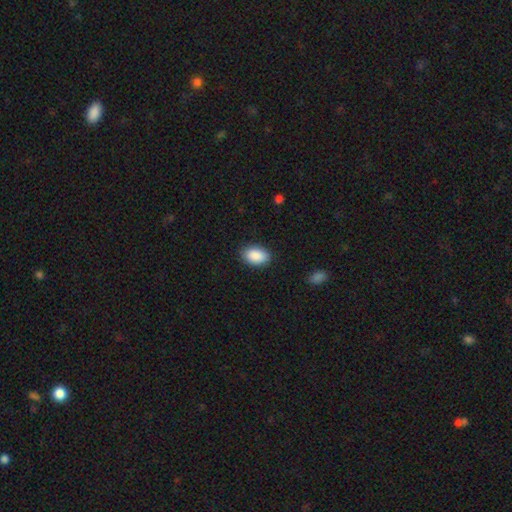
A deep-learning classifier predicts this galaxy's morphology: A smooth galaxy with no disk features (90%) that is in between round and cigar-shaped (92%). Merging: none (86%).